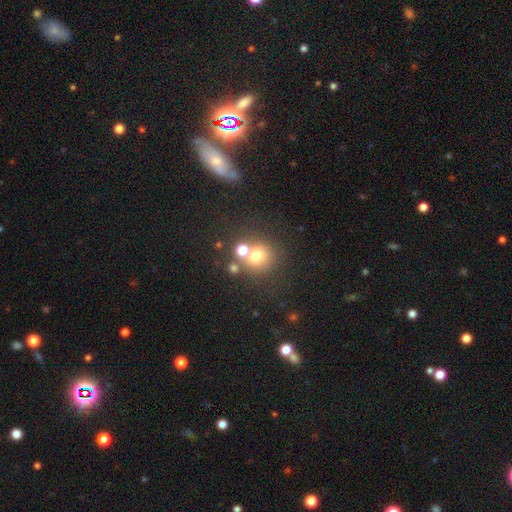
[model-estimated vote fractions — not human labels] Q: Smooth or featured?
A: smooth (68%); runner-up: star or artifact (18%)
Q: How rounded?
A: round (88%); runner-up: in between (11%)
Q: Merging?
A: none (56%); runner-up: merger (31%)